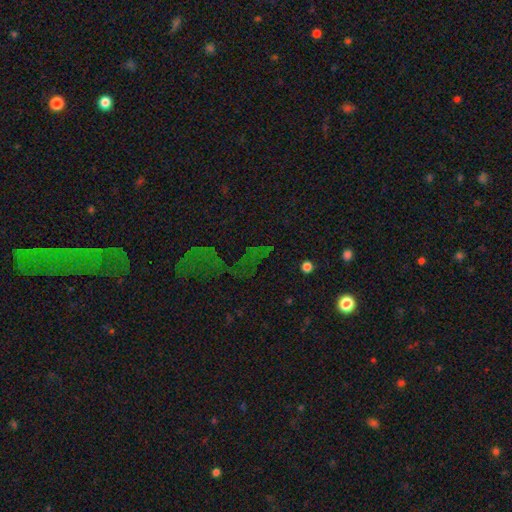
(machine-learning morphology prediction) Q: Smooth or featured?
A: star or artifact (69%); runner-up: smooth (17%)